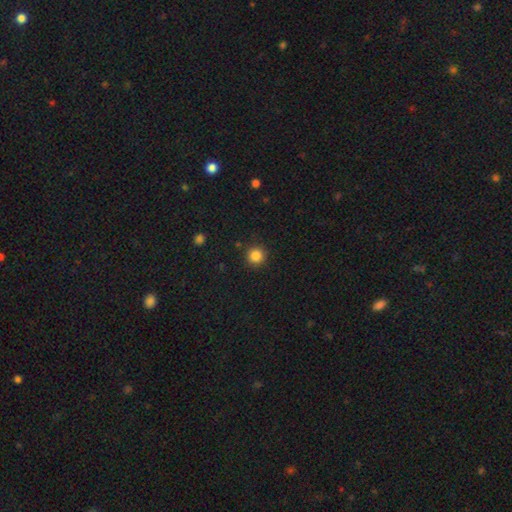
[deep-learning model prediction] Morphology: type=smooth (85%); roundness=round (95%); merging=none (91%).